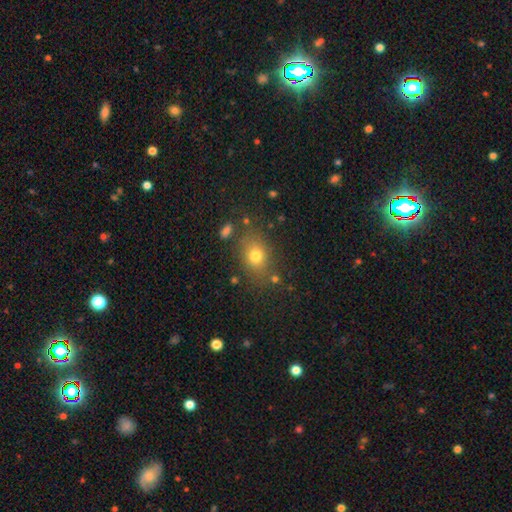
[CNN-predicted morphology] Smooth or featured? smooth (74%)
How rounded? in between (61%)
Merging? none (76%)